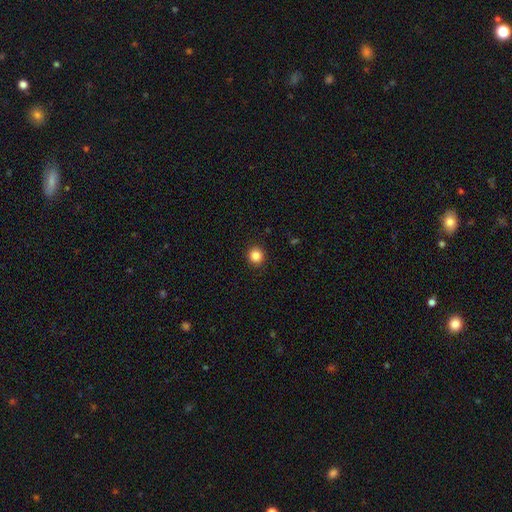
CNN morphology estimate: Overall: smooth (86%). How rounded: round (91%). Merging: none (92%).